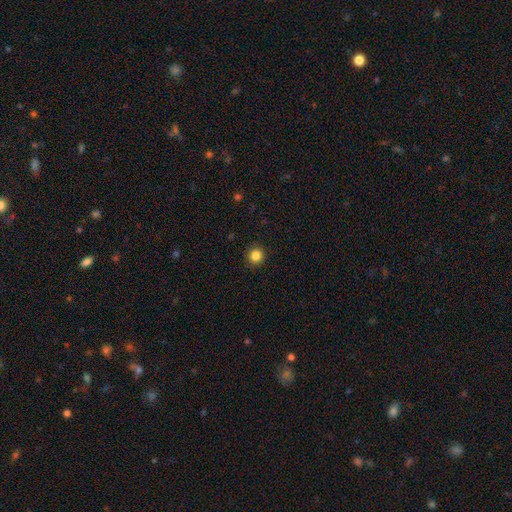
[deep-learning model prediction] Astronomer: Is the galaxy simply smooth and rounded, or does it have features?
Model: smooth — 85%.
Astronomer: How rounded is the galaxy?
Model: round — 94%.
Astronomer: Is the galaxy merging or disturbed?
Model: none — 92%.